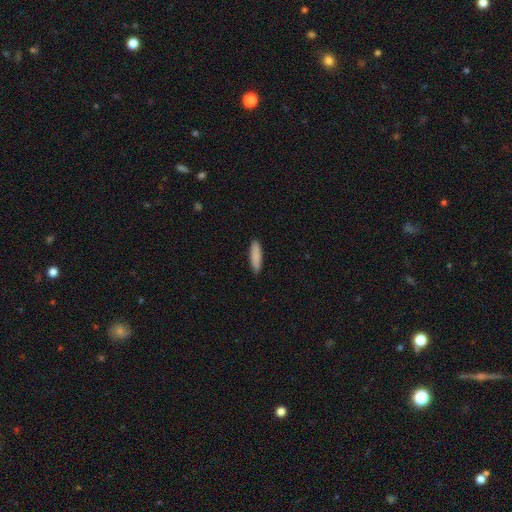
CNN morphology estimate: Overall: smooth (88%). How rounded: cigar-shaped (69%). Merging: none (89%).